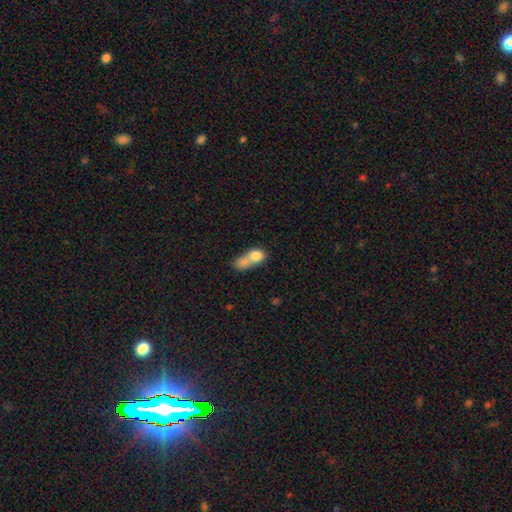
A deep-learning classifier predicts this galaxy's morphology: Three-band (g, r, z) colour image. It shows a smooth galaxy with no disk features (75%) that is in between round and cigar-shaped (55%). Merging: merger (74%).